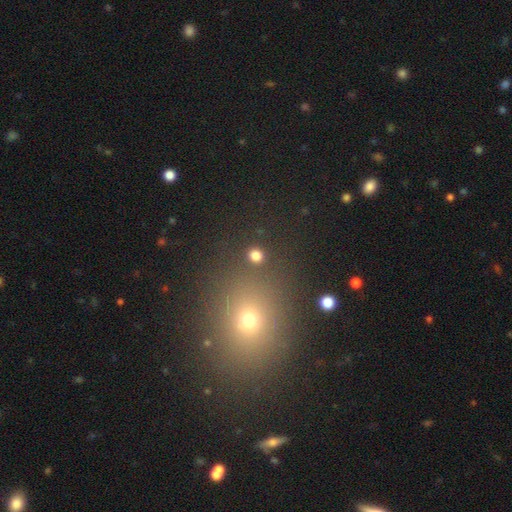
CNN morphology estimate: A smooth galaxy with no disk features (80%) that is round (86%). Merging: none (88%).